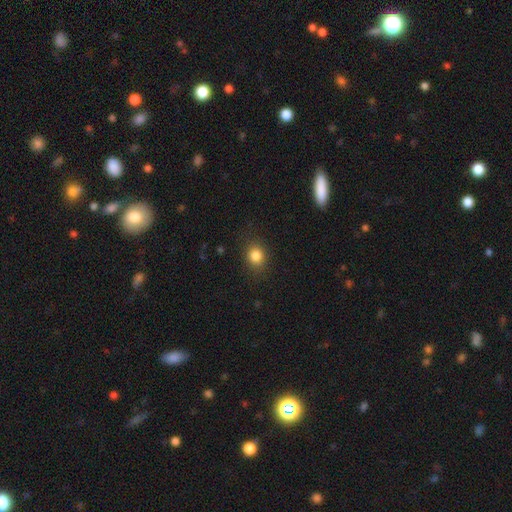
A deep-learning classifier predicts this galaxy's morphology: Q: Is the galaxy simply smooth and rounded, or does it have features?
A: smooth — 84%.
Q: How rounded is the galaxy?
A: round — 66%.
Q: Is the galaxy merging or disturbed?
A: none — 85%.